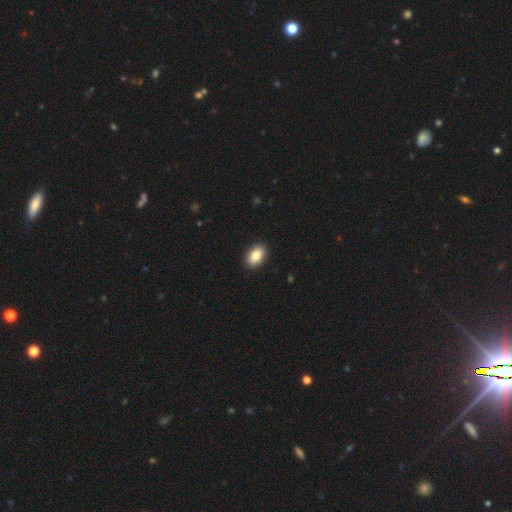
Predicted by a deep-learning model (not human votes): The model was most divided on "how rounded": in between: 89%, round: 10%, cigar-shaped: 1%. More confident: merging — none (91%); smooth or featured — smooth (86%).